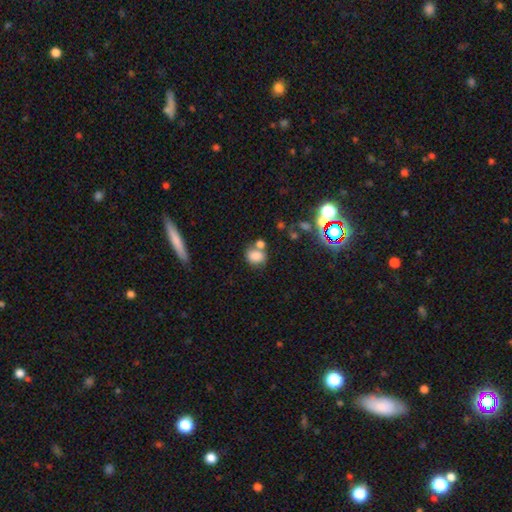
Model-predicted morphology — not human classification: Q: Smooth or featured?
A: smooth (79%); runner-up: star or artifact (12%)
Q: How rounded?
A: in between (52%); runner-up: round (47%)
Q: Merging?
A: none (47%); runner-up: merger (33%)